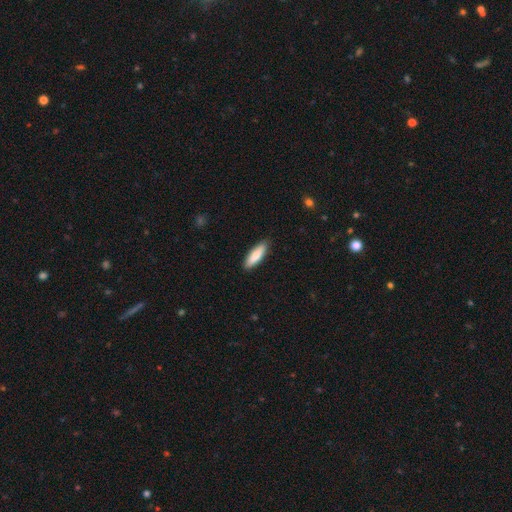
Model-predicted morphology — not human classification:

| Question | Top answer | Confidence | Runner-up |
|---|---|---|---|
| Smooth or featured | smooth | 79% | featured or disk (15%) |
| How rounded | cigar-shaped | 52% | in between (46%) |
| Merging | none | 88% | minor disturbance (9%) |